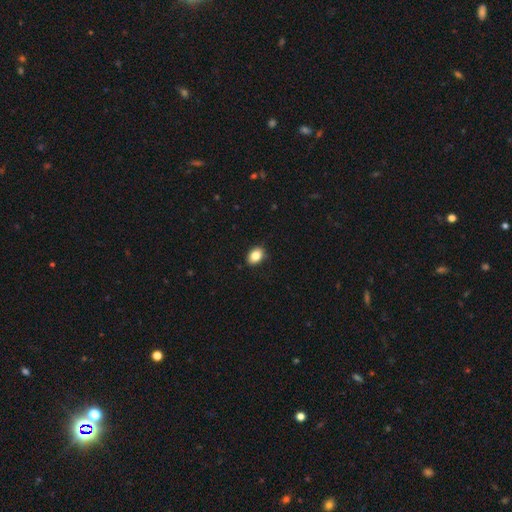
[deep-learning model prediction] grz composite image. It shows a smooth galaxy with no disk features (85%) that is in between round and cigar-shaped (79%). Merging: none (87%).